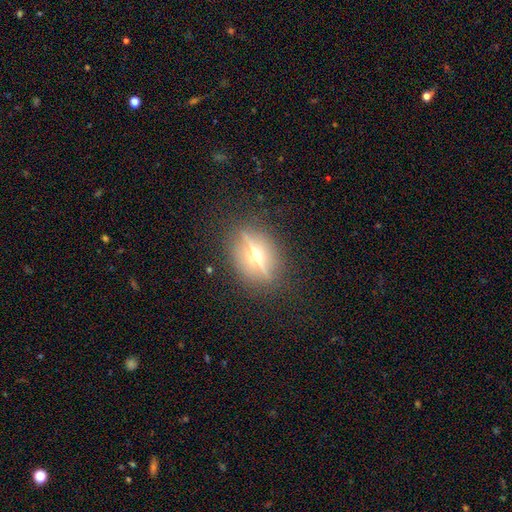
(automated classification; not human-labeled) Smooth or featured?
  - featured or disk: 75% *
  - smooth: 16%
  - star or artifact: 9%
Edge-on disk?
  - yes: 86% *
  - no: 14%
Edge-on bulge?
  - rounded: 96% *
  - boxy: 2%
  - none: 2%
Merging?
  - none: 84% *
  - minor disturbance: 11%
  - major disturbance: 4%
  - merger: 1%